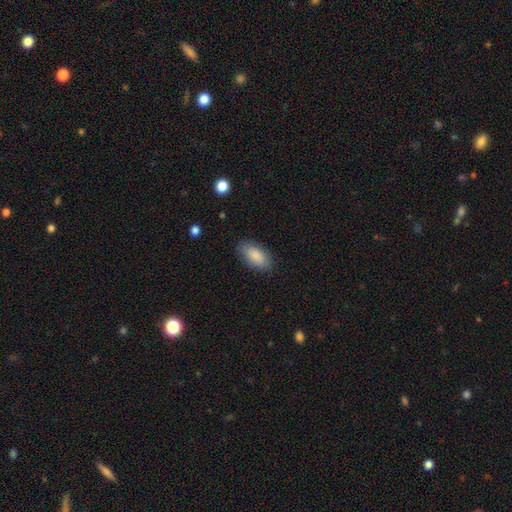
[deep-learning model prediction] Overall: smooth (86%). How rounded: in between (93%). Merging: none (84%).